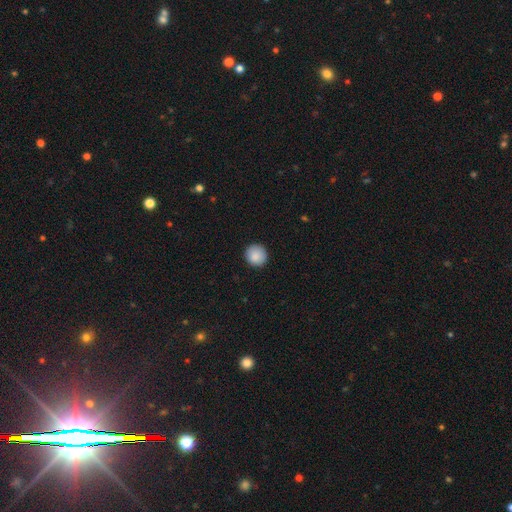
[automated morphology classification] Smooth or featured? Predicted: smooth (p=0.89). How rounded? Predicted: round (p=0.95). Merging? Predicted: none (p=0.91).